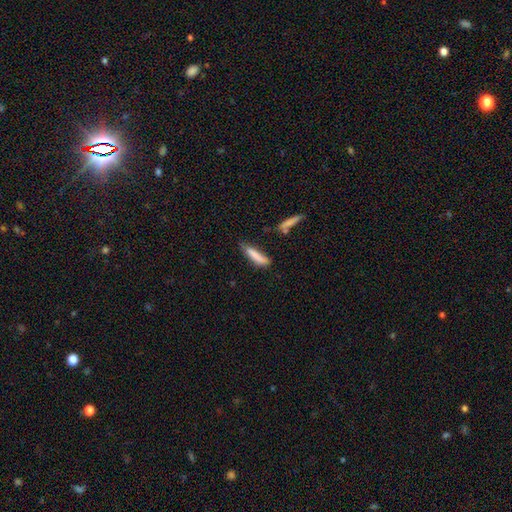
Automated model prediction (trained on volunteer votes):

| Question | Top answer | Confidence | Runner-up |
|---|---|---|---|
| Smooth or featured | smooth | 81% | featured or disk (12%) |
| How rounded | cigar-shaped | 77% | in between (21%) |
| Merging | none | 53% | minor disturbance (30%) |